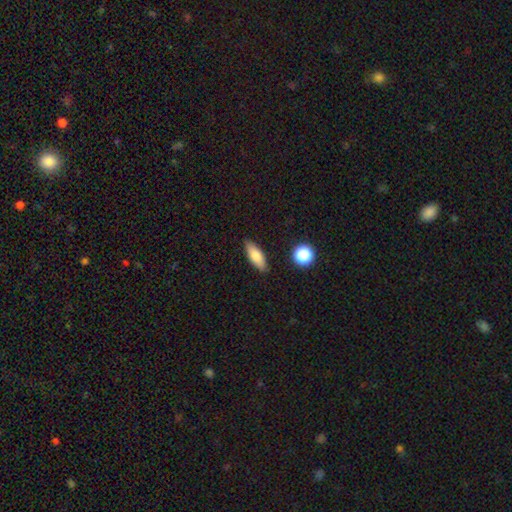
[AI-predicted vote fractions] smooth-or-featured: smooth: 78% | featured or disk: 14% | star or artifact: 8%
  how-rounded: in between: 65% | cigar-shaped: 32% | round: 3%
  merging: none: 87% | minor disturbance: 9% | major disturbance: 2% | merger: 2%